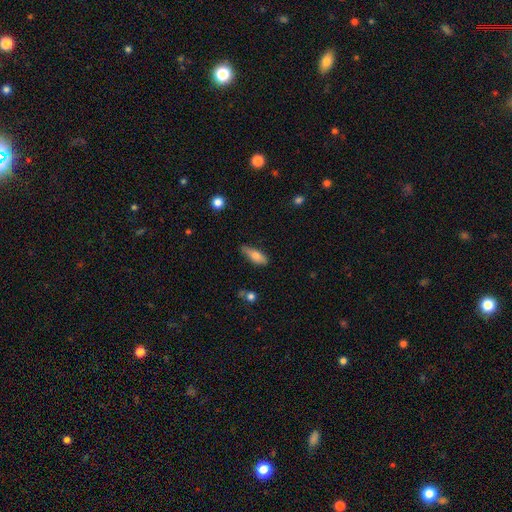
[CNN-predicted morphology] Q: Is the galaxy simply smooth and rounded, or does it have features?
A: smooth — 72%.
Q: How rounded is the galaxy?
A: in between — 59%.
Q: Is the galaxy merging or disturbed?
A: none — 66%.